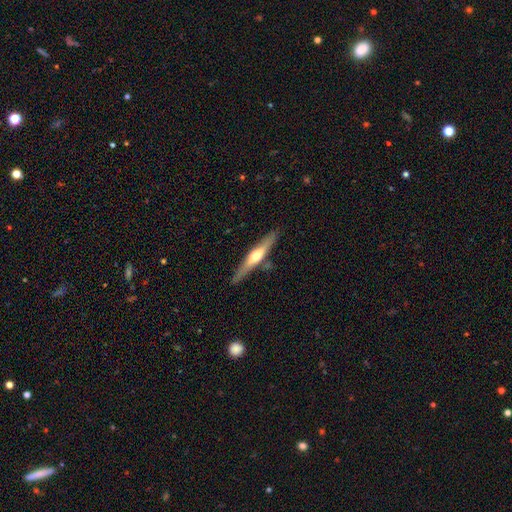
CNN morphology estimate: This appears to be a featured or disk galaxy (62%) viewed edge-on (95%) with a rounded central bulge (88%). Merging: none (83%).